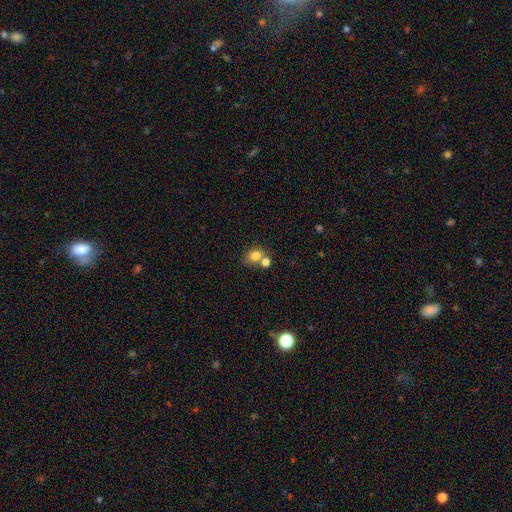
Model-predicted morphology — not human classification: smooth 79%, star or artifact 12%, featured or disk 10%. Down the decision tree: how rounded — round (57%); merging — none (49%).